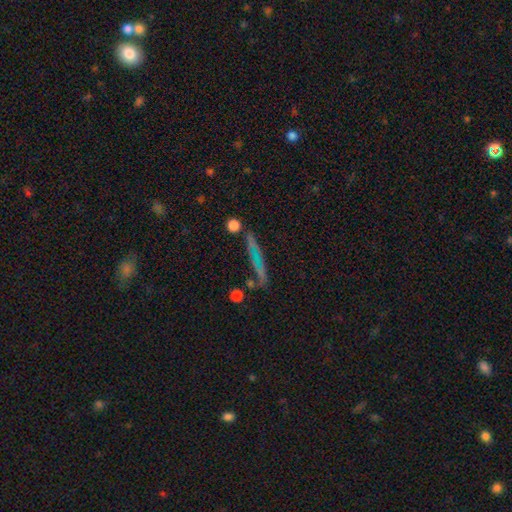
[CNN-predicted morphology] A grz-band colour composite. It shows a smooth galaxy with no disk features (41%). Merging: none (61%).